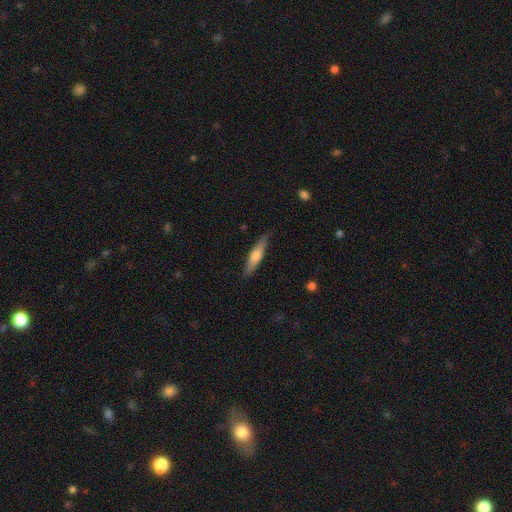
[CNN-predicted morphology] A smooth galaxy with no disk features (59%) that is cigar-shaped (81%).

Vote fractions:
- Smooth or featured? smooth: 59% / featured or disk: 36% / star or artifact: 6%
- How rounded? cigar-shaped: 81% / in between: 17% / round: 2%
- Merging? none: 87% / minor disturbance: 10% / major disturbance: 2% / merger: 1%